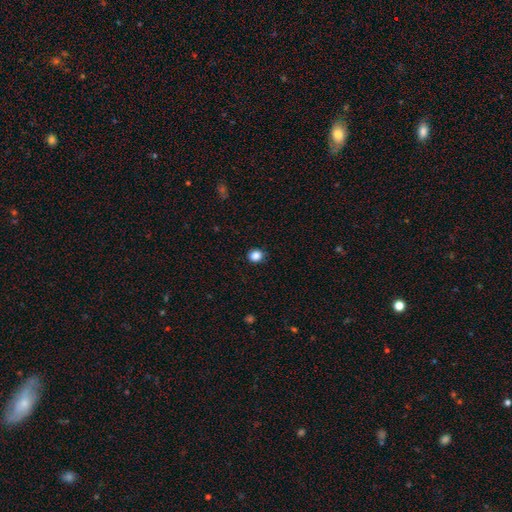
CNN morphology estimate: type=smooth (86%); roundness=round (76%); merging=none (90%).